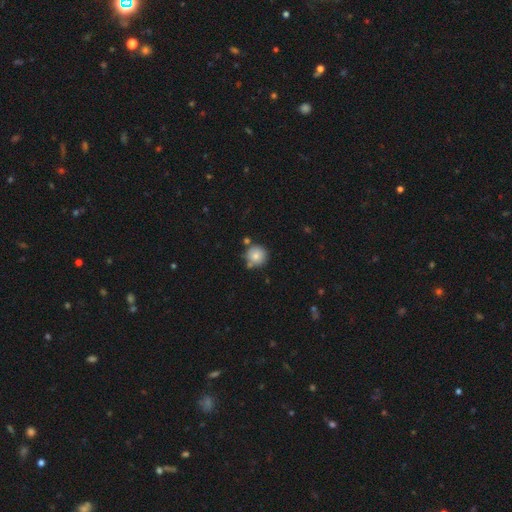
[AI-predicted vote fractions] smooth_or_featured: smooth (p=0.80) [alt: star or artifact p=0.10]
how_rounded: round (p=0.94) [alt: in between p=0.06]
merging: none (p=0.74) [alt: minor disturbance p=0.12]